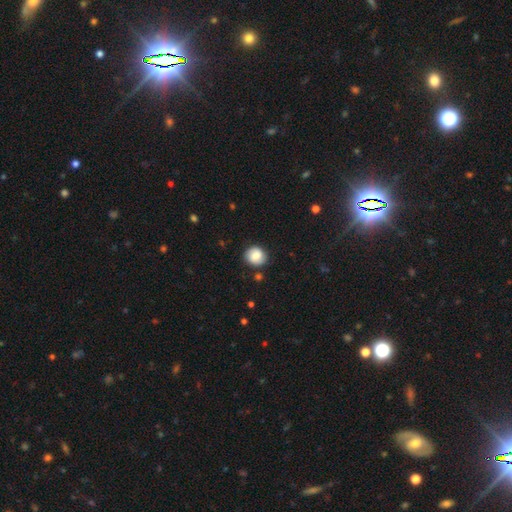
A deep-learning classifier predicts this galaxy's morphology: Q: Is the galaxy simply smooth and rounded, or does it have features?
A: smooth — 76%.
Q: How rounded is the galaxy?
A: round — 82%.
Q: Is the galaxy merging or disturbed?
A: none — 82%.